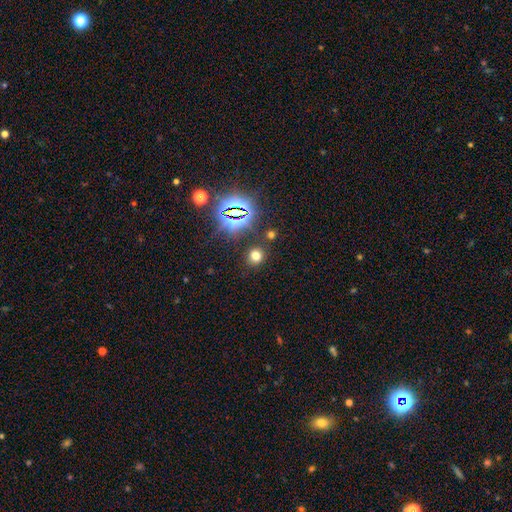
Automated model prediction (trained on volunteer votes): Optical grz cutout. It shows a smooth galaxy with no disk features (66%) that is round (79%). Merging: none (85%).